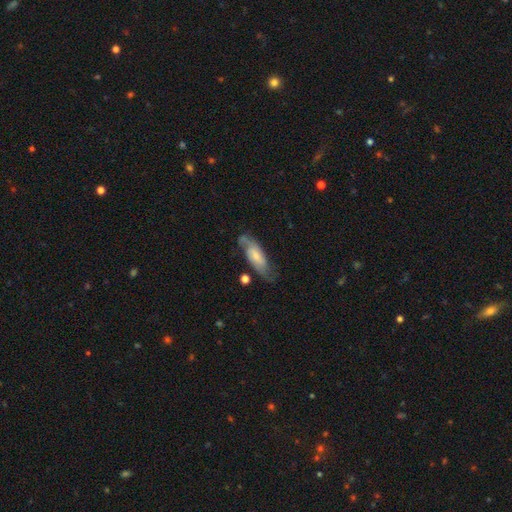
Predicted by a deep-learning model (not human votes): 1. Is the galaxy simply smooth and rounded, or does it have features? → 56% featured or disk, 38% smooth, 6% star or artifact.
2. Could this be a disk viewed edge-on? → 84% no, 16% yes.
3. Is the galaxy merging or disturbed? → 62% none, 23% minor disturbance, 11% major disturbance, 4% merger.